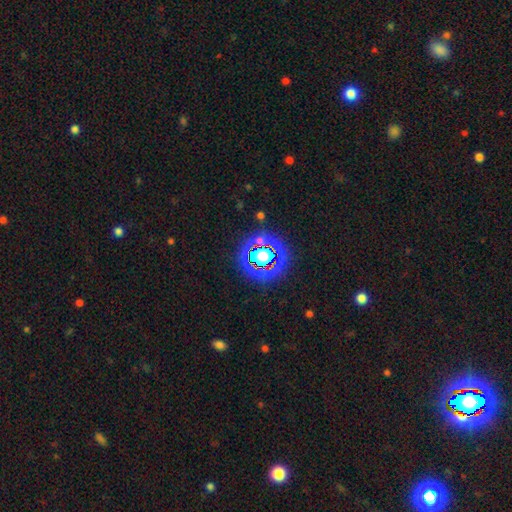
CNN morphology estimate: This appears to be a star or artifact, not a galaxy (81%).